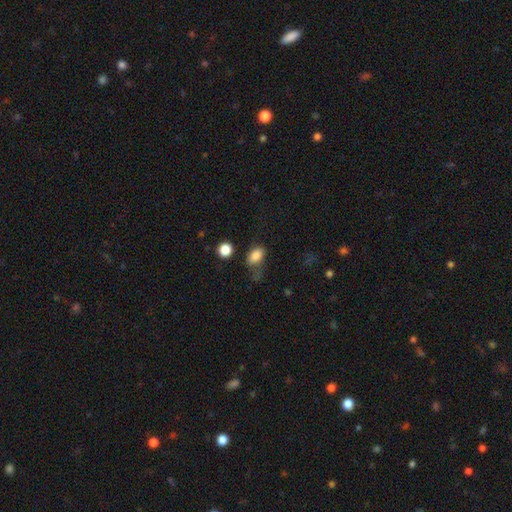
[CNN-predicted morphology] type=smooth (83%); roundness=in between (83%); merging=none (43%).